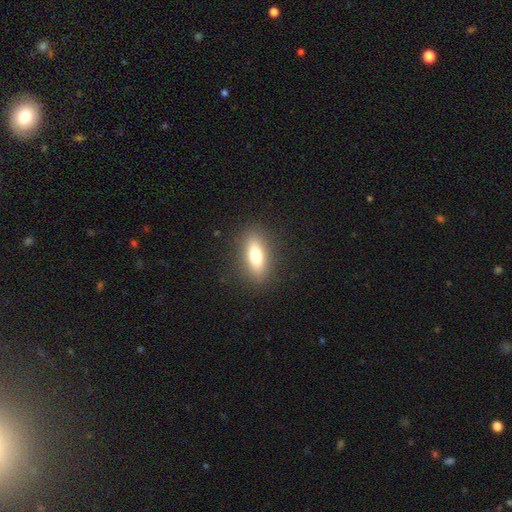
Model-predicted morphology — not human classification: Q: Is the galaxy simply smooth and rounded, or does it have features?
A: smooth — 70%.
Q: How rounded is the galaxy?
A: in between — 65%.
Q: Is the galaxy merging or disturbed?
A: none — 87%.